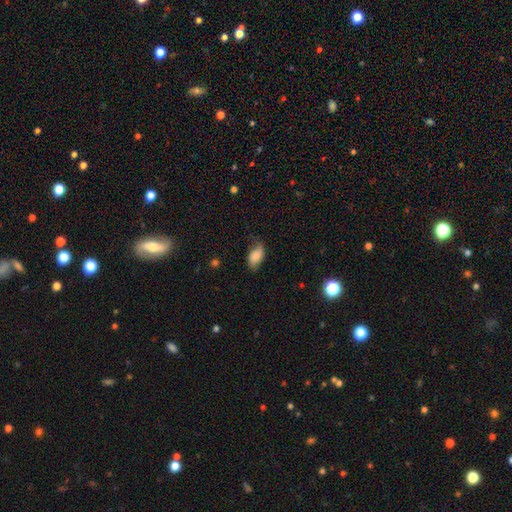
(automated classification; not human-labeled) Smooth or featured?
  - smooth: 77% *
  - featured or disk: 15%
  - star or artifact: 8%
How rounded?
  - in between: 92% *
  - round: 5%
  - cigar-shaped: 3%
Merging?
  - none: 59% *
  - minor disturbance: 29%
  - major disturbance: 10%
  - merger: 2%